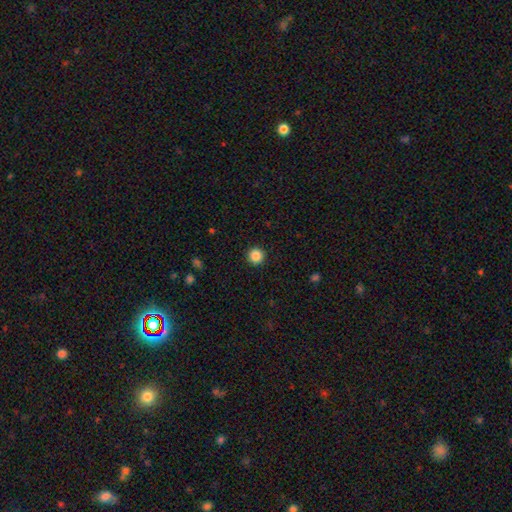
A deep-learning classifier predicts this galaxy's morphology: smooth_or_featured: smooth (p=0.87) [alt: star or artifact p=0.10]
how_rounded: round (p=0.96) [alt: in between p=0.03]
merging: none (p=0.93) [alt: minor disturbance p=0.04]